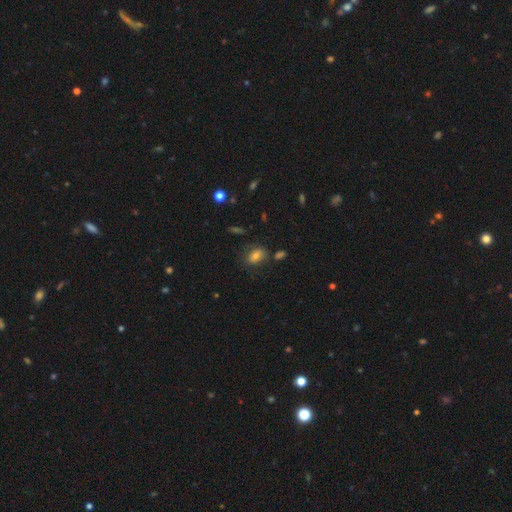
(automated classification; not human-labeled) Smooth or featured? smooth (71%)
How rounded? in between (77%)
Merging? none (70%)